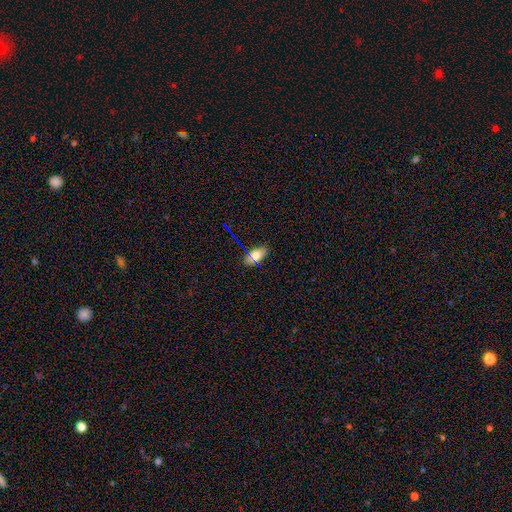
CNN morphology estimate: This appears to be a smooth galaxy with no disk features (72%) that is in between round and cigar-shaped (88%). Merging: none (80%).